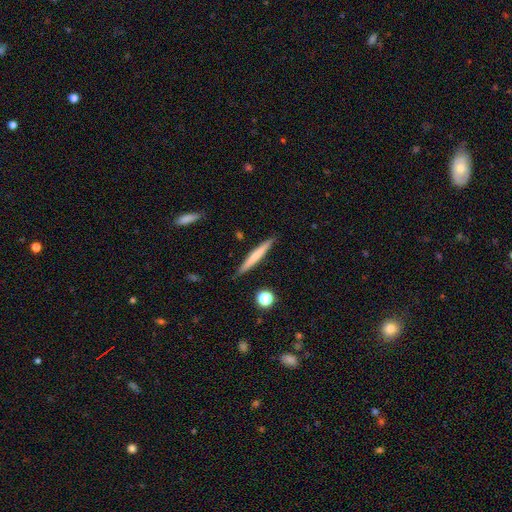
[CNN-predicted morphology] This appears to be a smooth galaxy with no disk features (60%) that is cigar-shaped (96%). Merging: none (89%).